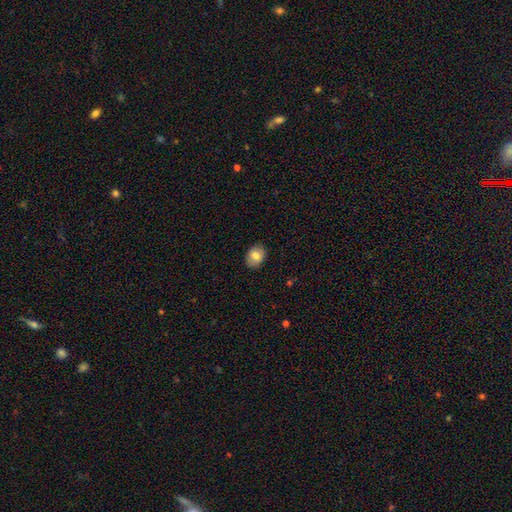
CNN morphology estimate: Q: Smooth or featured?
A: smooth (79%); runner-up: featured or disk (13%)
Q: How rounded?
A: in between (63%); runner-up: round (36%)
Q: Merging?
A: none (87%); runner-up: minor disturbance (10%)